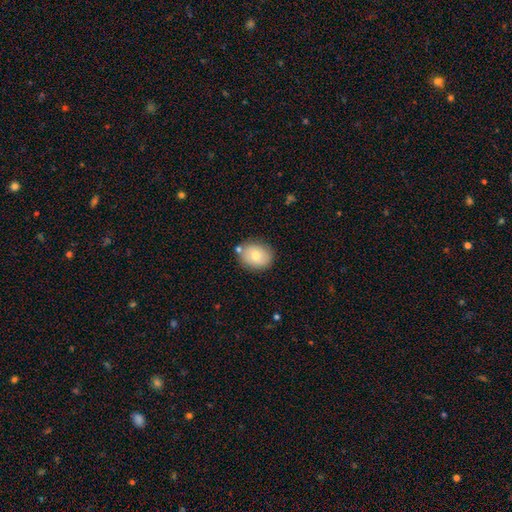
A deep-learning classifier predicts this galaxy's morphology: Smooth or featured? Predicted: smooth (p=0.71). How rounded? Predicted: round (p=0.52). Merging? Predicted: none (p=0.78).